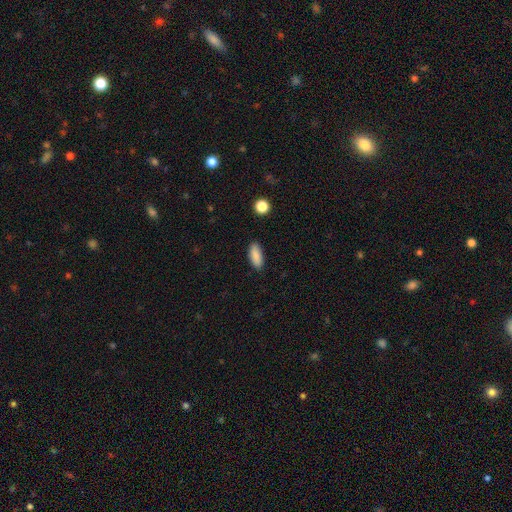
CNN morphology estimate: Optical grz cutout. It shows a smooth galaxy with no disk features (88%) that is in between round and cigar-shaped (75%). Merging: none (86%).